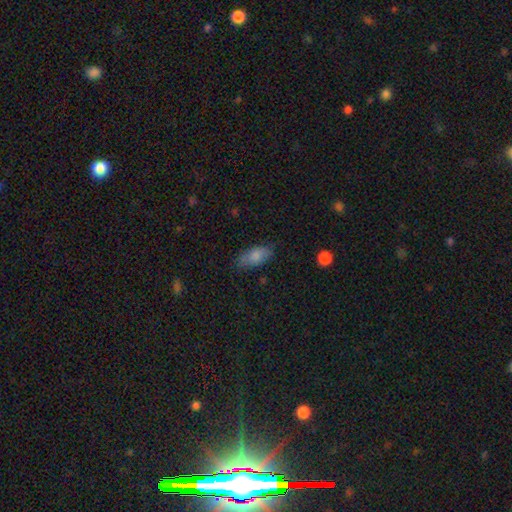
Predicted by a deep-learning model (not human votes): A smooth galaxy with no disk features (81%) that is in between round and cigar-shaped (88%).

Vote fractions:
- Smooth or featured? smooth: 81% / featured or disk: 11% / star or artifact: 8%
- How rounded? in between: 88% / cigar-shaped: 8% / round: 4%
- Merging? none: 71% / minor disturbance: 21% / major disturbance: 6% / merger: 2%